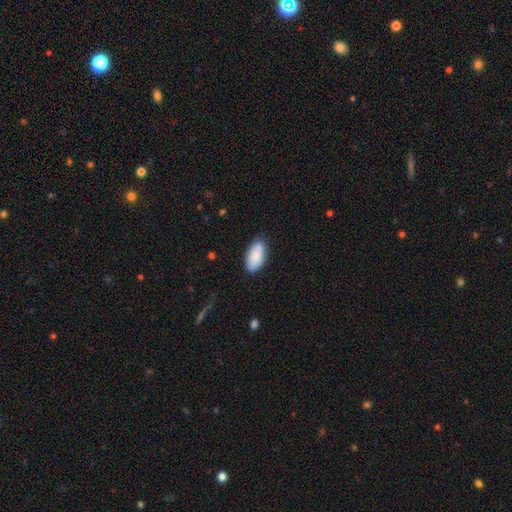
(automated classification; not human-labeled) smooth_or_featured: smooth (p=0.85) [alt: featured or disk p=0.08]
how_rounded: in between (p=0.92) [alt: cigar-shaped p=0.06]
merging: none (p=0.77) [alt: minor disturbance p=0.17]